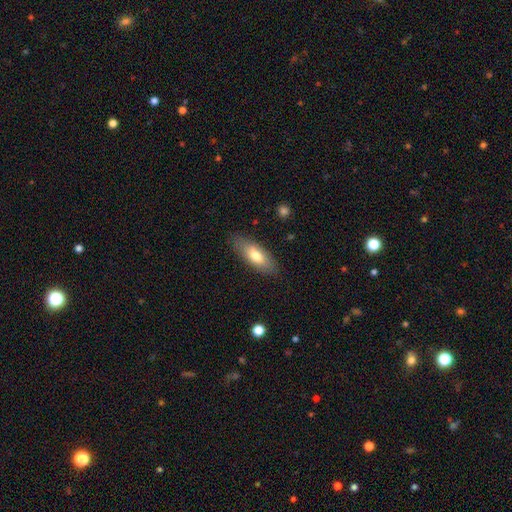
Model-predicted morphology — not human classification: A smooth galaxy with no disk features (72%) that is in between round and cigar-shaped (73%). Merging: none (84%).